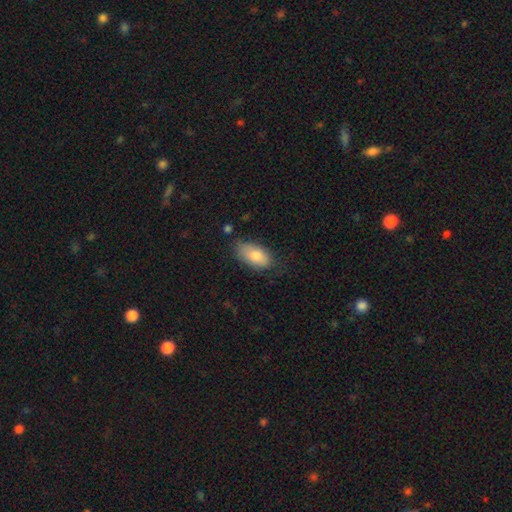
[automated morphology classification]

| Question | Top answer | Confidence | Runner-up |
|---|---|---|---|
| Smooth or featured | smooth | 80% | featured or disk (13%) |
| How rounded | in between | 93% | round (5%) |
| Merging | none | 67% | minor disturbance (25%) |